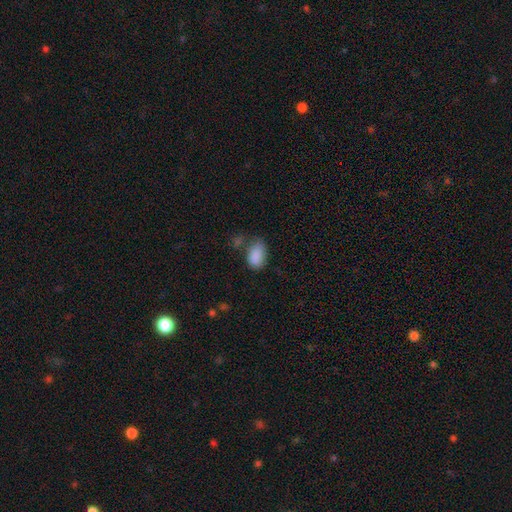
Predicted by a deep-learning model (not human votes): smooth-or-featured: smooth: 87% | star or artifact: 8% | featured or disk: 5%
  how-rounded: in between: 90% | round: 8% | cigar-shaped: 1%
  merging: none: 53% | minor disturbance: 28% | major disturbance: 10% | merger: 10%